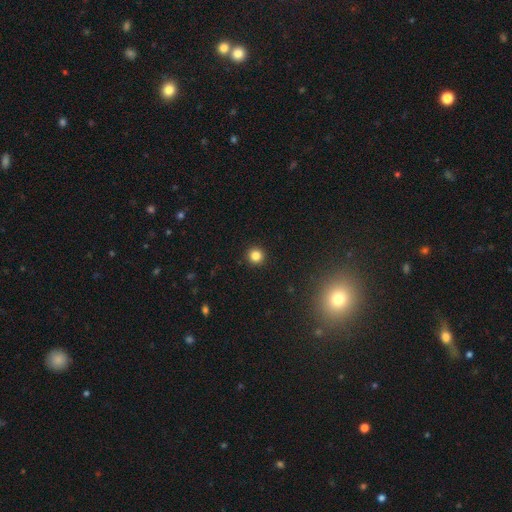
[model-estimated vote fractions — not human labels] Overall: smooth (83%). How rounded: round (95%). Merging: none (93%).